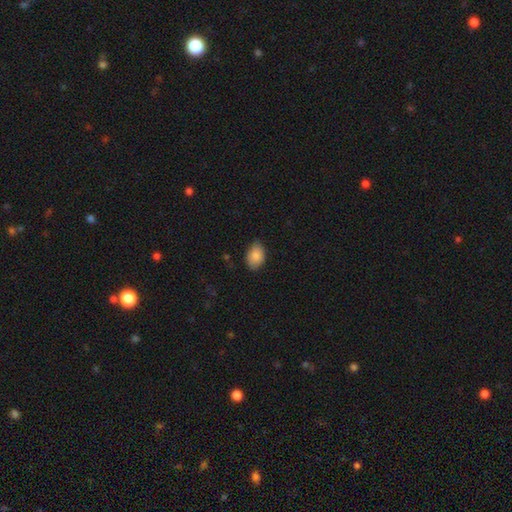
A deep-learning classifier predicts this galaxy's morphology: smooth-or-featured: smooth: 87% | star or artifact: 7% | featured or disk: 6%
  how-rounded: in between: 84% | round: 15% | cigar-shaped: 1%
  merging: none: 76% | minor disturbance: 20% | major disturbance: 3% | merger: 1%